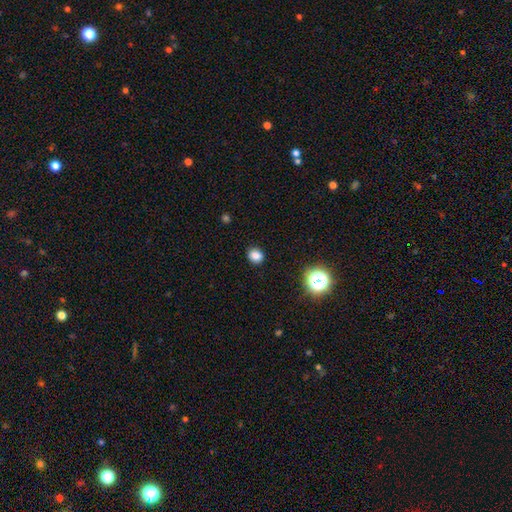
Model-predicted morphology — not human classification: A smooth galaxy with no disk features (83%) that is round (66%). Merging: none (89%).